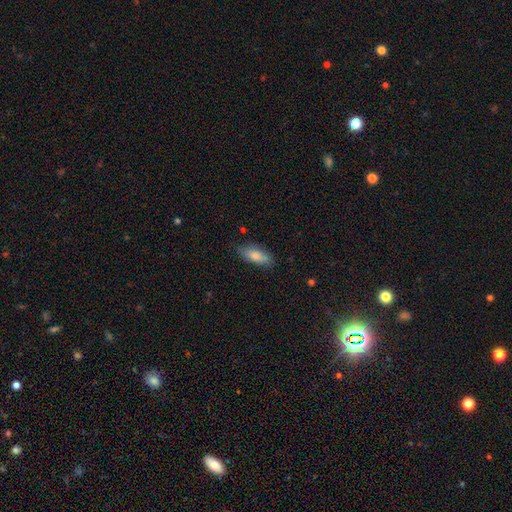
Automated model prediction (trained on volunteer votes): Smooth or featured? Predicted: smooth (p=0.79). How rounded? Predicted: in between (p=0.74). Merging? Predicted: none (p=0.82).